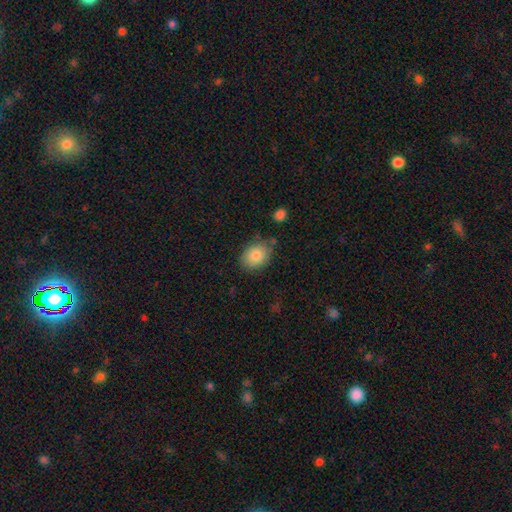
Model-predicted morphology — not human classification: This appears to be a smooth galaxy with no disk features (83%) that is in between round and cigar-shaped (69%). Merging: none (77%).